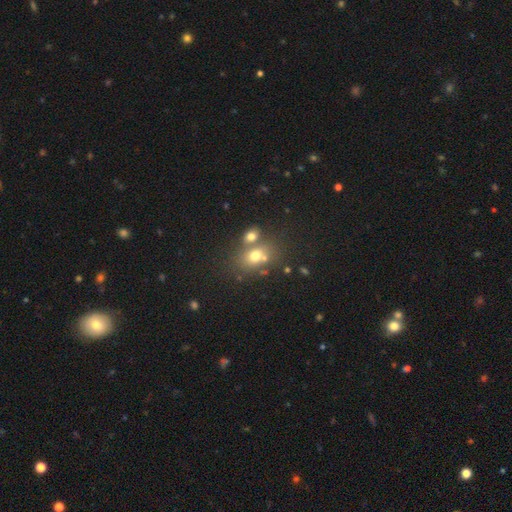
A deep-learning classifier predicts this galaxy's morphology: Smooth or featured: smooth — 68% (featured or disk — 16%)
How rounded: in between — 58% (round — 40%)
Merging: none — 44% (merger — 40%)